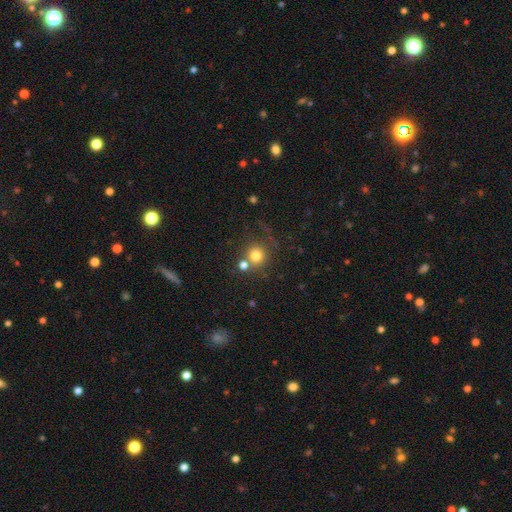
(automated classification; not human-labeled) smooth-or-featured: smooth: 77% | star or artifact: 14% | featured or disk: 10%
  how-rounded: round: 90% | in between: 9% | cigar-shaped: 1%
  merging: none: 64% | merger: 20% | minor disturbance: 9% | major disturbance: 6%